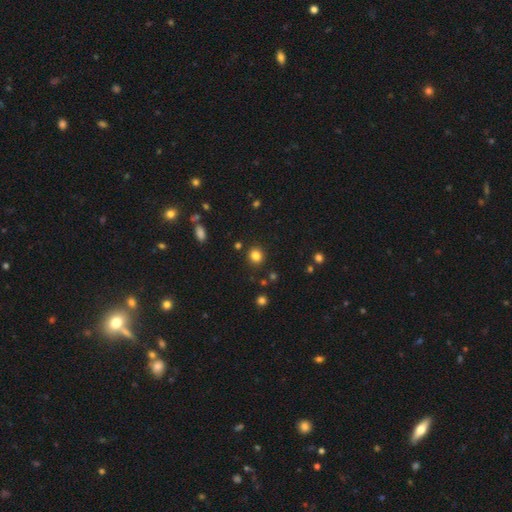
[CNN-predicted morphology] The model was most divided on "smooth or featured": smooth: 83%, star or artifact: 13%, featured or disk: 4%. More confident: merging — none (89%); how rounded — round (87%).